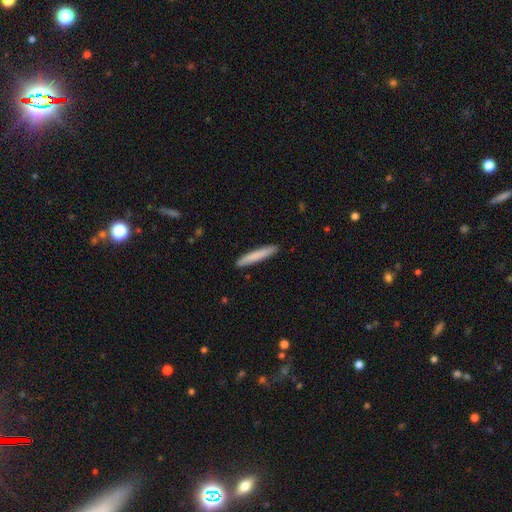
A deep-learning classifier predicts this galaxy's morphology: Smooth or featured?
  - smooth: 80% *
  - featured or disk: 14%
  - star or artifact: 5%
How rounded?
  - cigar-shaped: 95% *
  - in between: 4%
  - round: 1%
Merging?
  - none: 91% *
  - minor disturbance: 7%
  - major disturbance: 1%
  - merger: 1%